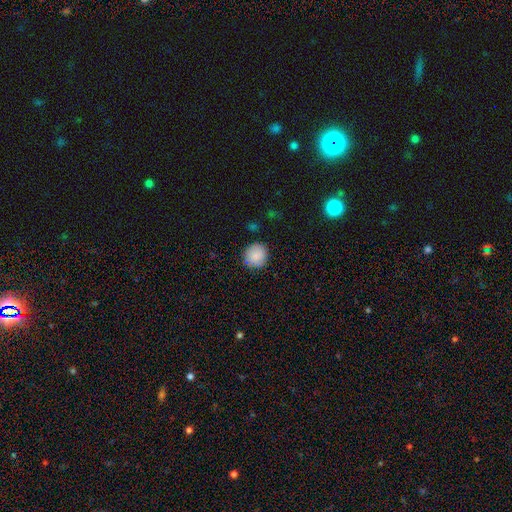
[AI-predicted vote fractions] smooth_or_featured: smooth (p=0.88) [alt: star or artifact p=0.08]
how_rounded: round (p=0.91) [alt: in between p=0.08]
merging: none (p=0.86) [alt: minor disturbance p=0.10]